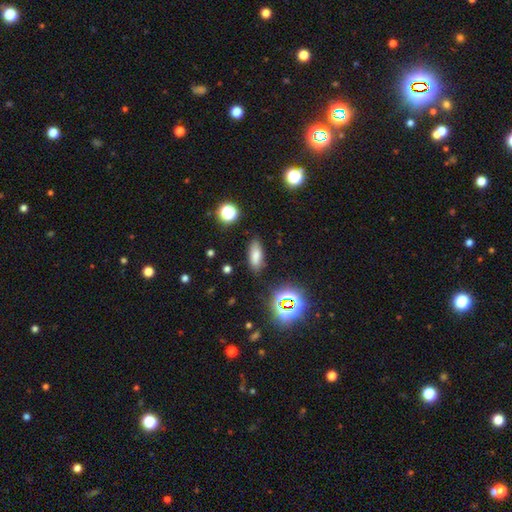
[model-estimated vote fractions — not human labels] Smooth or featured? smooth (74%)
How rounded? in between (74%)
Merging? none (82%)